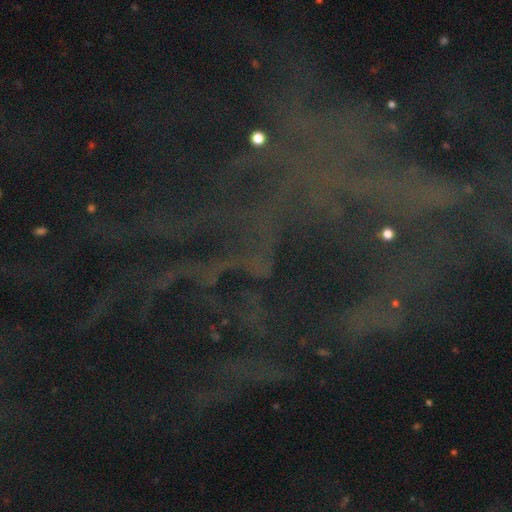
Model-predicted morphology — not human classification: A star or artifact, not a galaxy (80%).